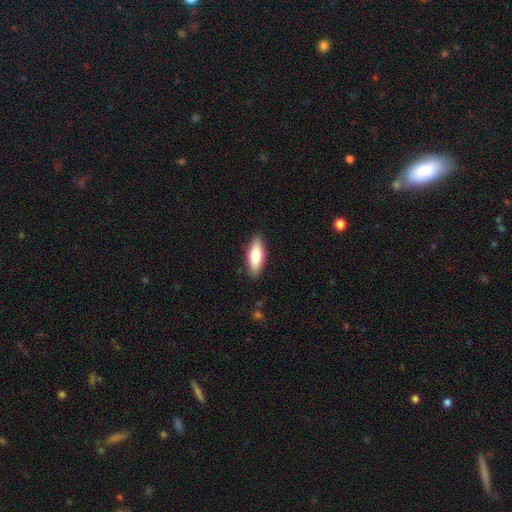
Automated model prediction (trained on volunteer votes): smooth_or_featured: smooth (p=0.77) [alt: featured or disk p=0.18]
how_rounded: in between (p=0.71) [alt: cigar-shaped p=0.27]
merging: none (p=0.87) [alt: minor disturbance p=0.10]